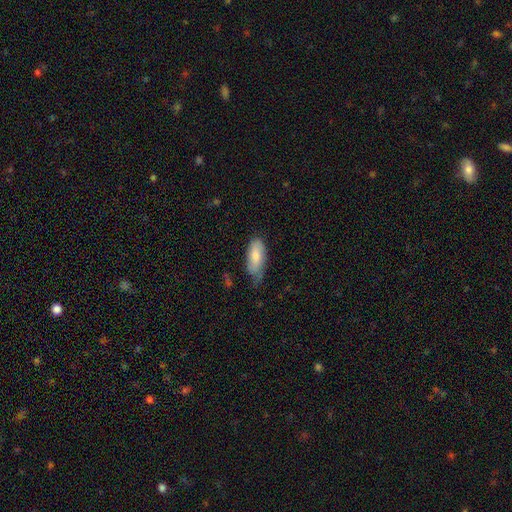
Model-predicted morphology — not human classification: smooth 79%, featured or disk 15%, star or artifact 6%. Down the decision tree: how rounded — in between (82%); merging — none (47%).